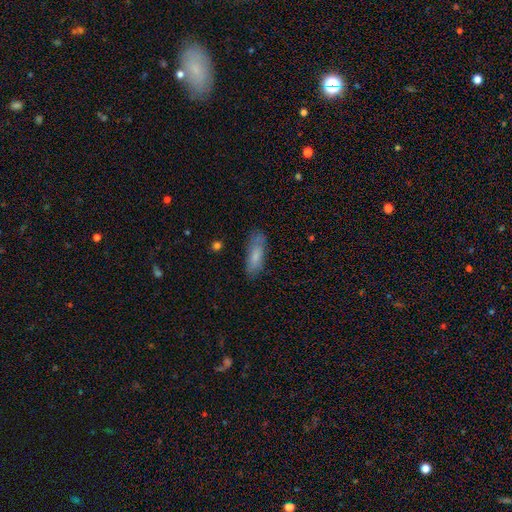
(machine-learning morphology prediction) This is likely a smooth galaxy (78%). How rounded: possibly in between (57%). Merging: likely none (71%).